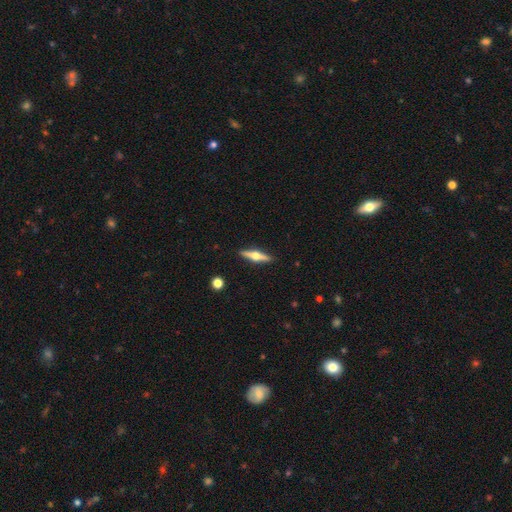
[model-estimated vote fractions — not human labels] Morphology: type=featured or disk (70%); edge-on=yes (97%); edge-on bulge=rounded (96%); merging=none (91%).